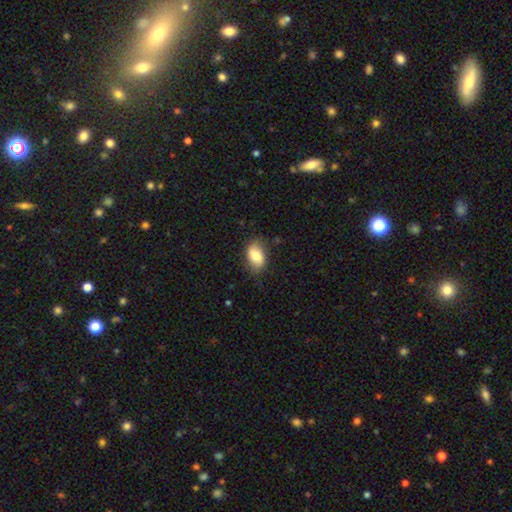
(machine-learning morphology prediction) Smooth or featured?
  - smooth: 76% *
  - featured or disk: 17%
  - star or artifact: 7%
How rounded?
  - in between: 88% *
  - round: 10%
  - cigar-shaped: 2%
Merging?
  - none: 76% *
  - minor disturbance: 19%
  - major disturbance: 4%
  - merger: 1%